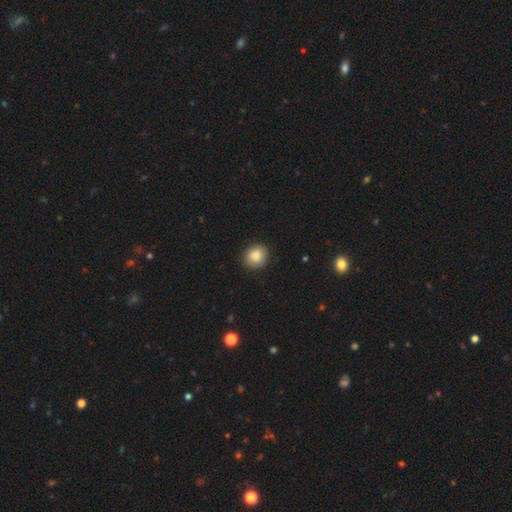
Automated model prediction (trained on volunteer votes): Smooth or featured: smooth — 86% (star or artifact — 8%)
How rounded: round — 77% (in between — 22%)
Merging: none — 86% (minor disturbance — 10%)